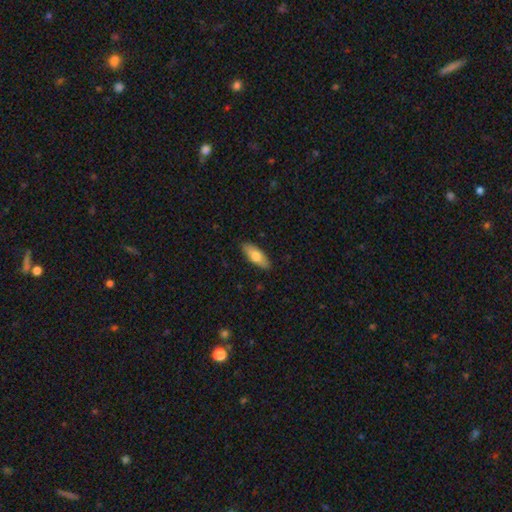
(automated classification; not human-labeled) Morphology: type=smooth (75%); roundness=in between (73%); merging=none (88%).